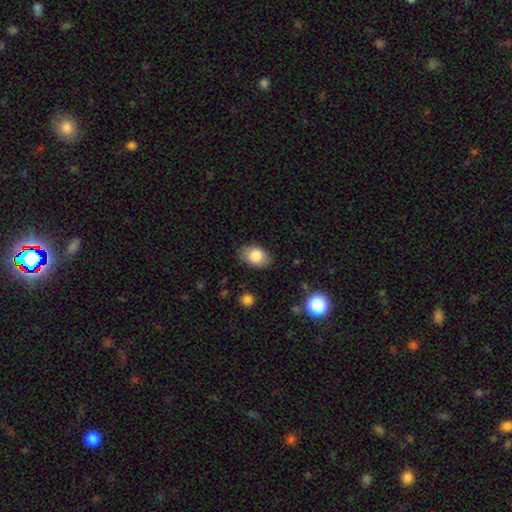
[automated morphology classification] smooth_or_featured: smooth (p=0.83) [alt: featured or disk p=0.10]
how_rounded: in between (p=0.82) [alt: round p=0.17]
merging: none (p=0.80) [alt: minor disturbance p=0.15]